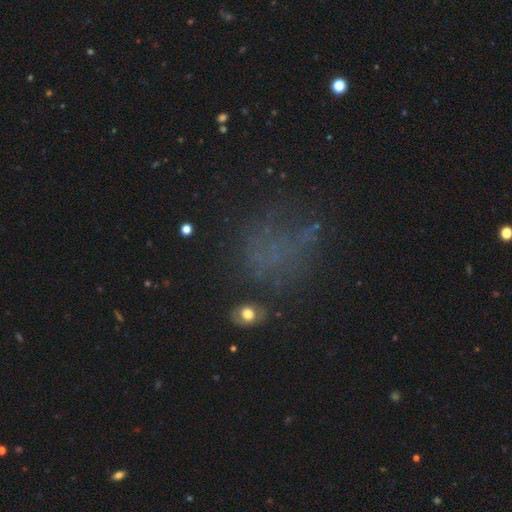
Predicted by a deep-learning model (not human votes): This appears to be a star or artifact, not a galaxy (40%).